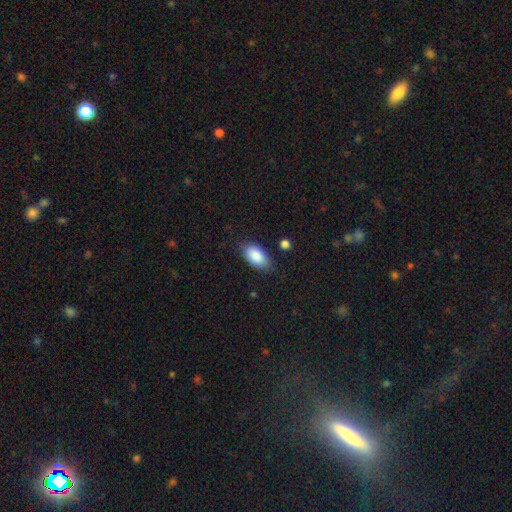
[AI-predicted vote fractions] This is clearly a smooth galaxy (87%). How rounded: clearly in between (93%). Merging: likely none (79%).